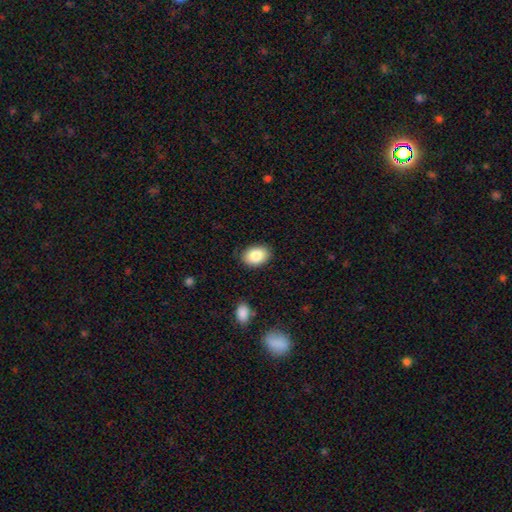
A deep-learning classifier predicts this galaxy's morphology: This appears to be a smooth galaxy with no disk features (86%) that is in between round and cigar-shaped (83%). Merging: none (86%).